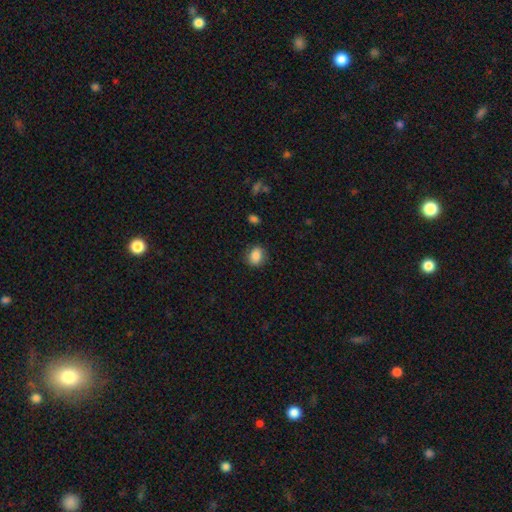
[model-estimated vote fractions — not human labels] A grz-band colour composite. It shows a smooth galaxy with no disk features (85%) that is round (57%). Merging: none (83%).